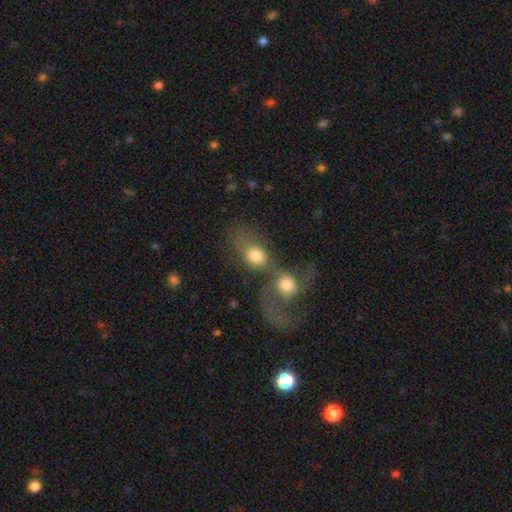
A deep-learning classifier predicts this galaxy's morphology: smooth 67%, featured or disk 23%, star or artifact 10%. Down the decision tree: how rounded — in between (50%); merging — merger (77%).